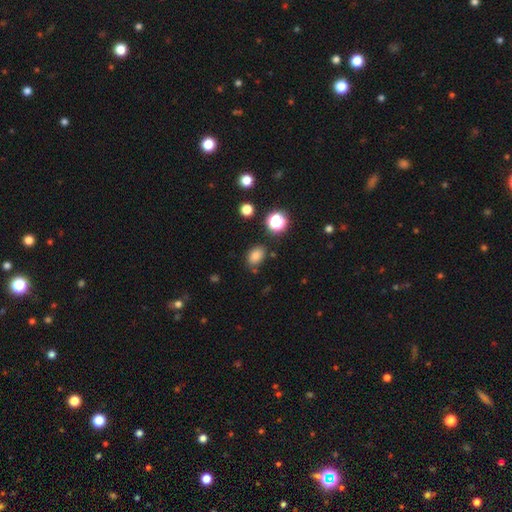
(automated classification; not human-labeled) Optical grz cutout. It shows a smooth galaxy with no disk features (81%) that is in between round and cigar-shaped (76%). Merging: none (78%).